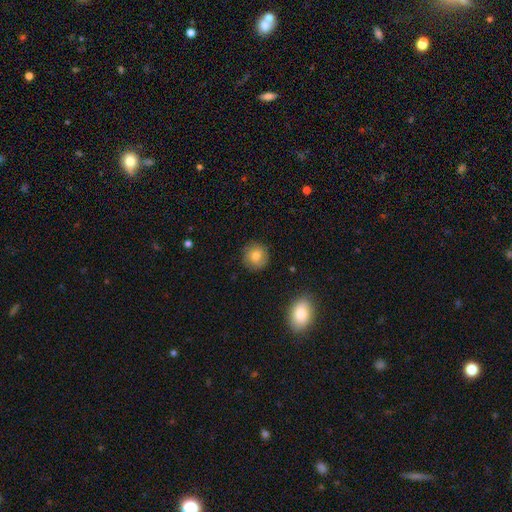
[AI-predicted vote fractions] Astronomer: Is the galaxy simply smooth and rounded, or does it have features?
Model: smooth — 66%.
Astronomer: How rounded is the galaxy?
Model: round — 91%.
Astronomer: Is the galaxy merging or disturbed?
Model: none — 85%.